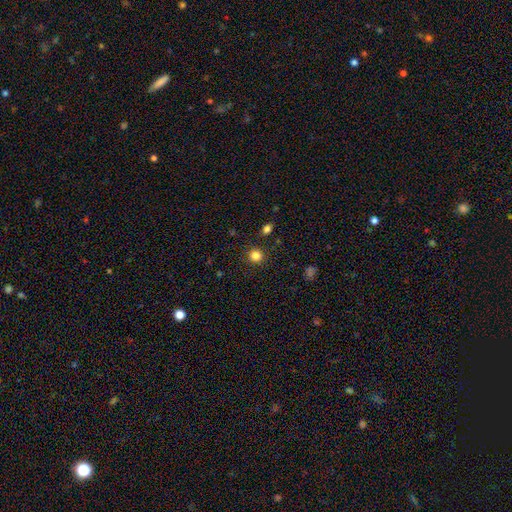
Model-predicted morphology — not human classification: Smooth or featured: smooth — 83% (star or artifact — 12%)
How rounded: round — 93% (in between — 6%)
Merging: none — 90% (minor disturbance — 6%)